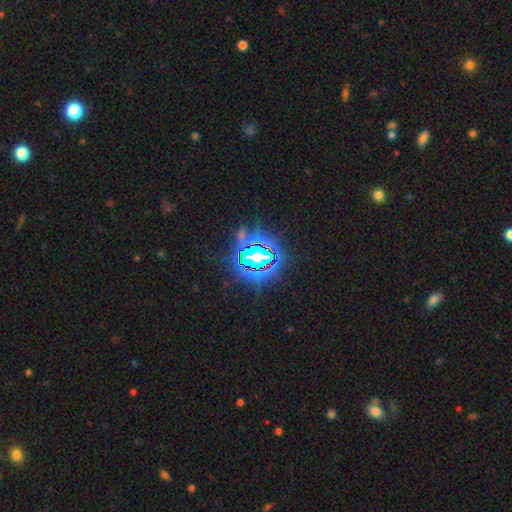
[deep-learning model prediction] smooth_or_featured: star or artifact (p=0.81) [alt: smooth p=0.12]